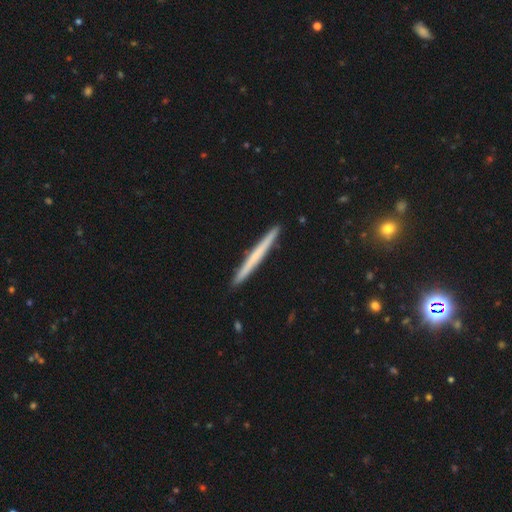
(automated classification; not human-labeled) Morphology: type=smooth (50%); merging=none (93%).